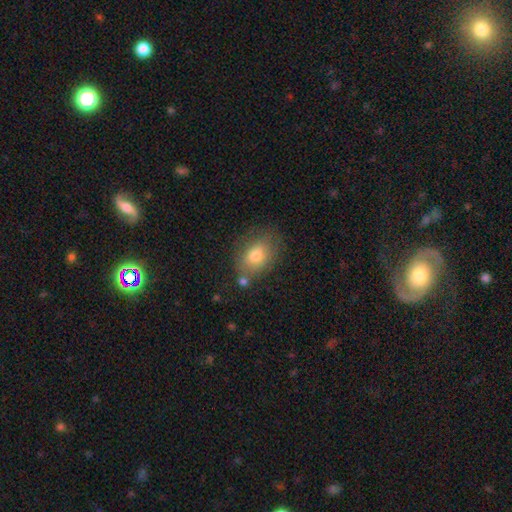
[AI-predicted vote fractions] Morphology: type=smooth (76%); roundness=in between (79%); merging=none (71%).